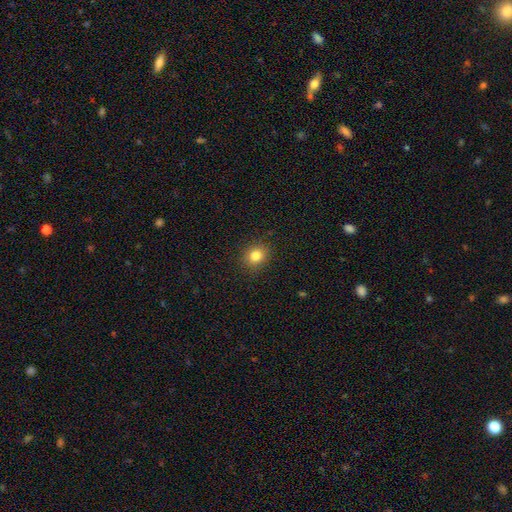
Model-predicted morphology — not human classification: Smooth or featured? Predicted: smooth (p=0.82). How rounded? Predicted: round (p=0.68). Merging? Predicted: none (p=0.89).